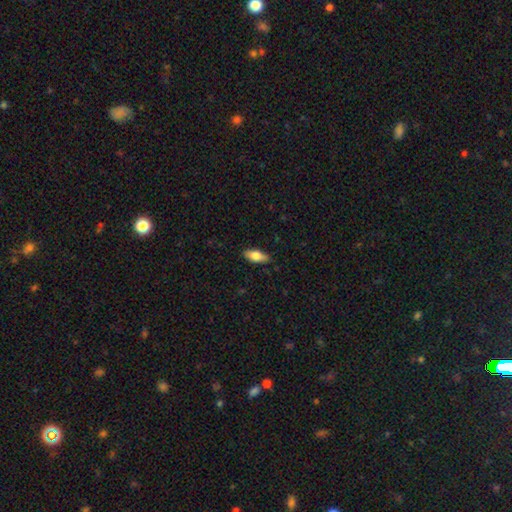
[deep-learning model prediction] Q: Smooth or featured?
A: smooth (76%); runner-up: featured or disk (18%)
Q: How rounded?
A: in between (80%); runner-up: cigar-shaped (17%)
Q: Merging?
A: none (87%); runner-up: minor disturbance (10%)